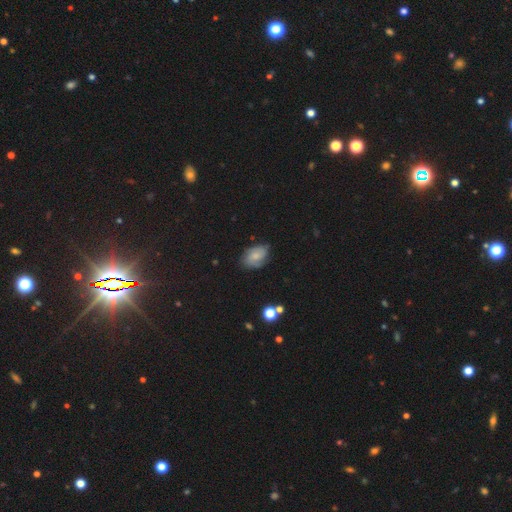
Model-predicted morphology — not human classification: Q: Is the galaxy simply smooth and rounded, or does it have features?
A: smooth — 54%.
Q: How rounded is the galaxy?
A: in between — 85%.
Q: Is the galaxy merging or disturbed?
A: none — 64%.